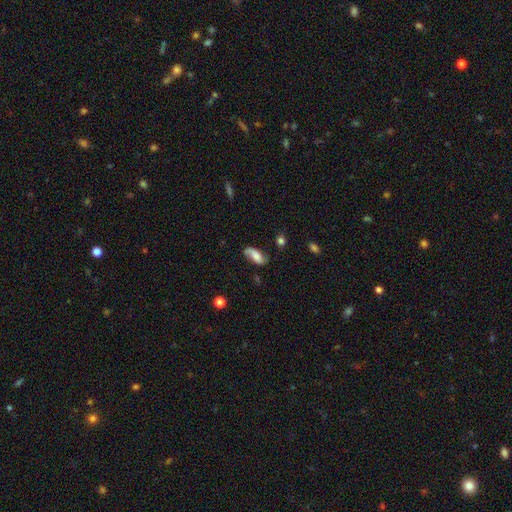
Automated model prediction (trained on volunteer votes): smooth-or-featured: featured or disk: 51% | smooth: 40% | star or artifact: 8%
  disk-edge-on: no: 92% | yes: 8%
  merging: none: 64% | minor disturbance: 24% | major disturbance: 9% | merger: 3%